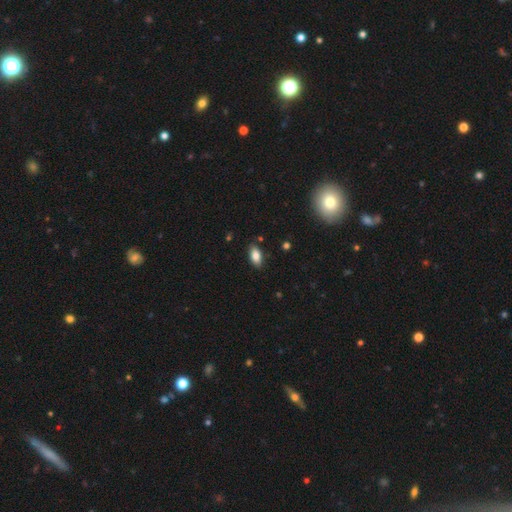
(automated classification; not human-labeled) Smooth or featured?
  - smooth: 83% *
  - featured or disk: 9%
  - star or artifact: 8%
How rounded?
  - in between: 90% *
  - cigar-shaped: 7%
  - round: 3%
Merging?
  - none: 85% *
  - minor disturbance: 11%
  - major disturbance: 2%
  - merger: 1%